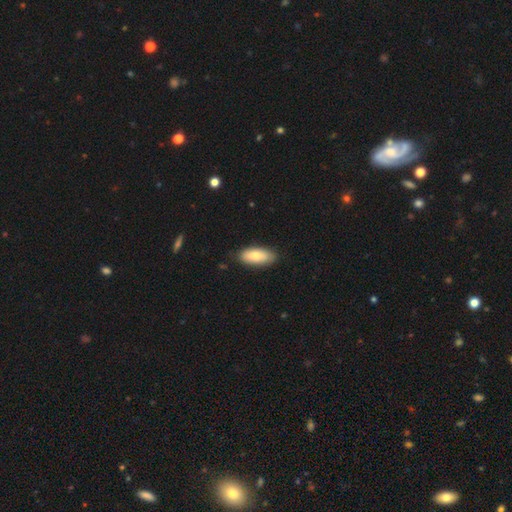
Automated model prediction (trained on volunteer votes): Smooth or featured? Predicted: smooth (p=0.79). How rounded? Predicted: in between (p=0.86). Merging? Predicted: none (p=0.84).